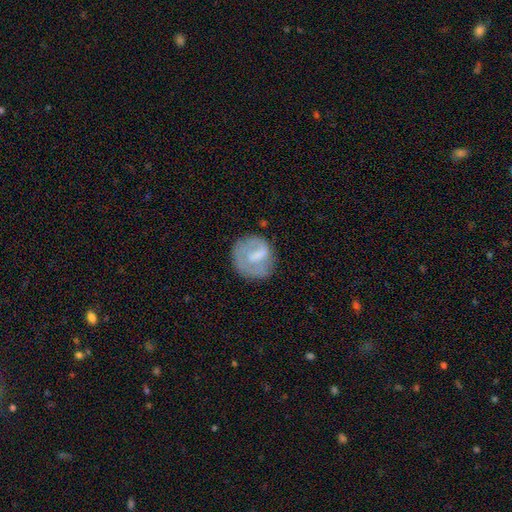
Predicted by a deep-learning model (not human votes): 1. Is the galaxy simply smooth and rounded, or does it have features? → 52% smooth, 40% featured or disk, 8% star or artifact.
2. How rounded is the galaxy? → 85% round, 14% in between, 1% cigar-shaped.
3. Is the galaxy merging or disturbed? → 60% none, 21% minor disturbance, 17% major disturbance, 2% merger.